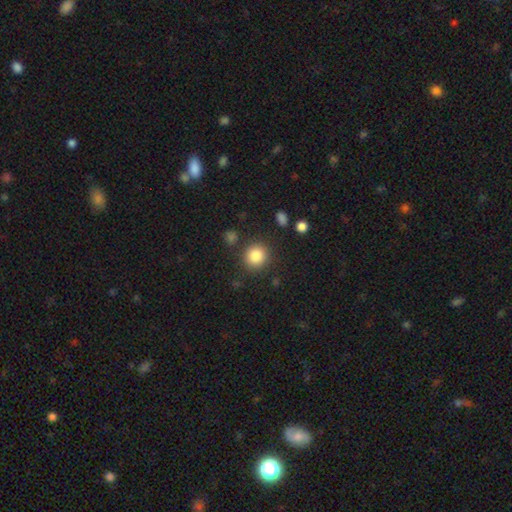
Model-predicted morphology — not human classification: Smooth or featured: smooth — 85% (star or artifact — 10%)
How rounded: round — 89% (in between — 10%)
Merging: none — 86% (minor disturbance — 8%)